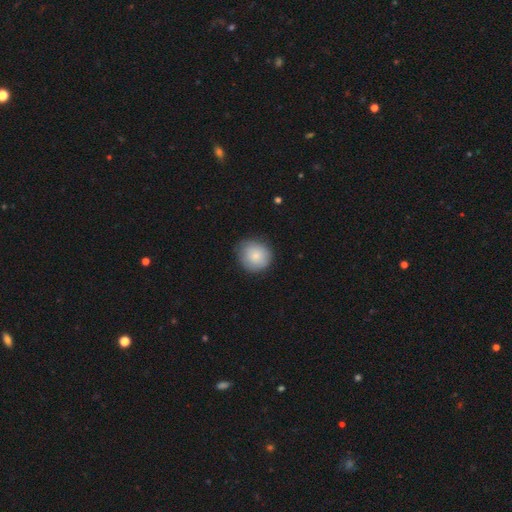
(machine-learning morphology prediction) This appears to be a smooth galaxy with no disk features (85%) that is round (88%). Merging: none (81%).